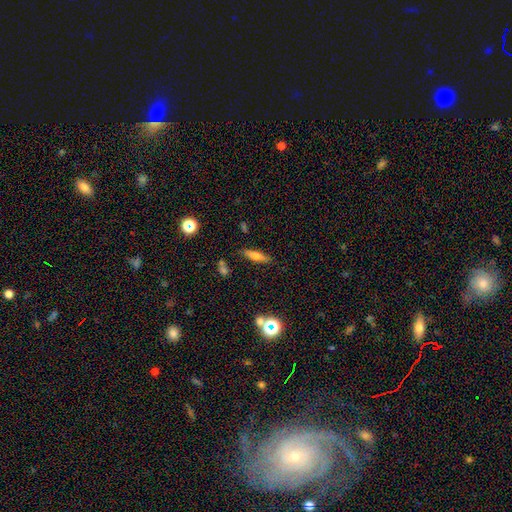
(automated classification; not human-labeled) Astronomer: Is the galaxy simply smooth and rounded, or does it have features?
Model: smooth — 60%.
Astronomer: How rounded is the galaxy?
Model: cigar-shaped — 65%.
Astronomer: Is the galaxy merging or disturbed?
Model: none — 83%.